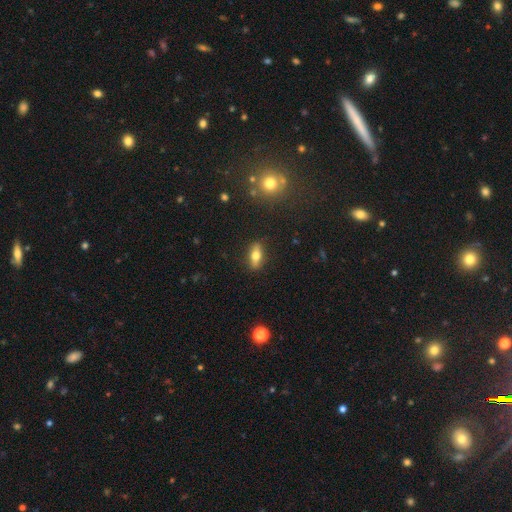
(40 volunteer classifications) Smooth or featured? 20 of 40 (50%) said smooth. How rounded? 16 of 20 (80%) said in between. Merging? 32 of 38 (84%) said none.